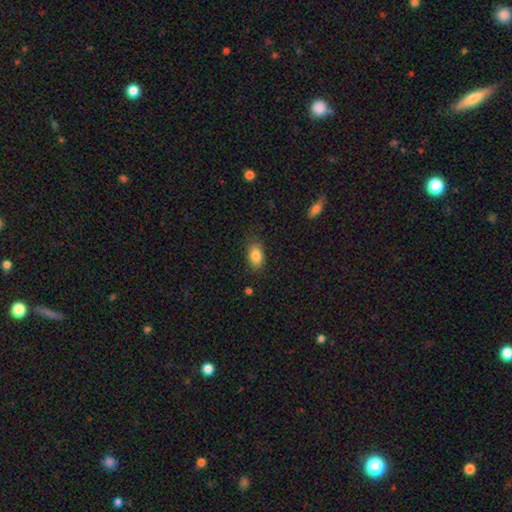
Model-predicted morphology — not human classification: smooth-or-featured: smooth: 85% | star or artifact: 8% | featured or disk: 7%
  how-rounded: in between: 88% | round: 10% | cigar-shaped: 2%
  merging: none: 82% | minor disturbance: 13% | major disturbance: 3% | merger: 1%